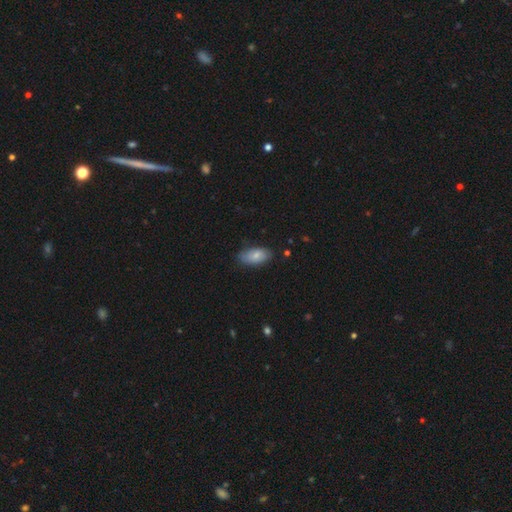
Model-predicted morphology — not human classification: Overall: smooth (75%). How rounded: in between (94%). Merging: none (77%).